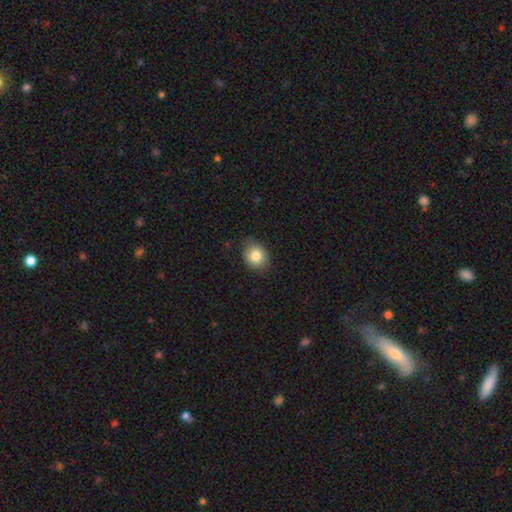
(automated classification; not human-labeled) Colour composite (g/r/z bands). It shows a smooth galaxy with no disk features (83%) that is round (55%). Merging: none (81%).